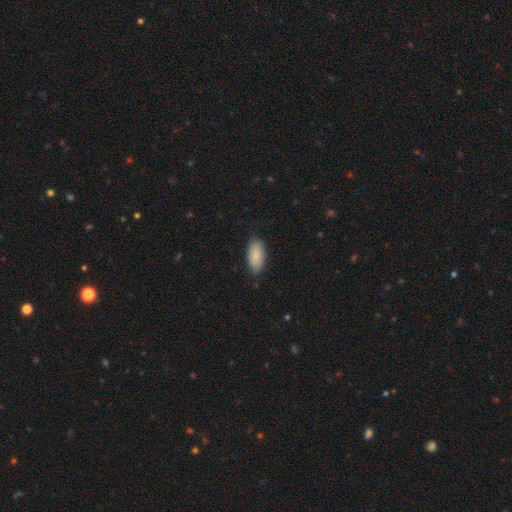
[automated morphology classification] A smooth galaxy with no disk features (81%) that is in between round and cigar-shaped (93%). Merging: none (79%).